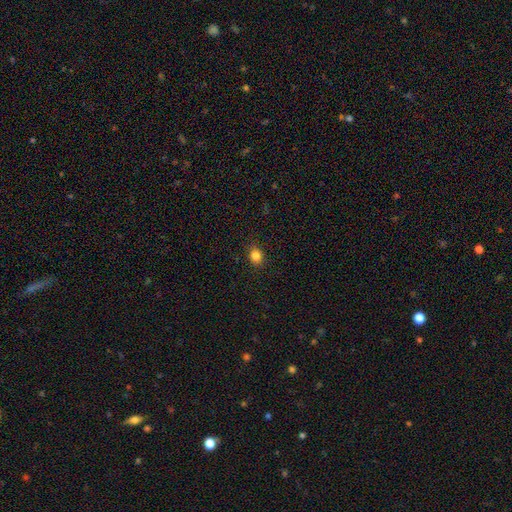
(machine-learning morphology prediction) This appears to be a smooth galaxy with no disk features (84%) that is round (68%). Merging: none (88%).